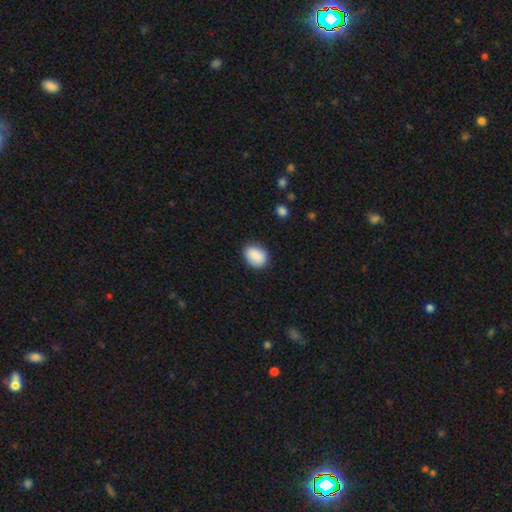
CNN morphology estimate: This is clearly a smooth galaxy (90%). How rounded: likely in between (73%). Merging: clearly none (85%).